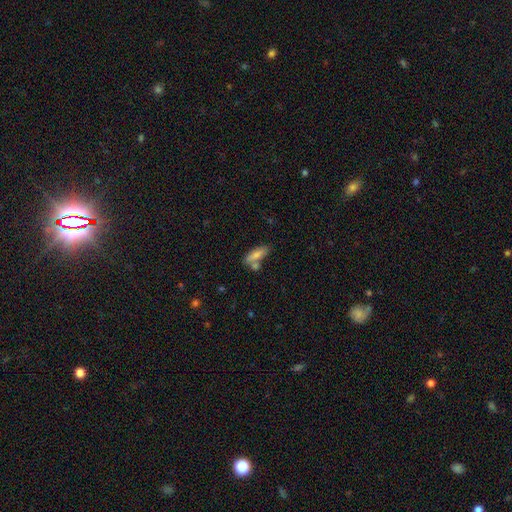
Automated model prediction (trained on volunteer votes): Smooth or featured? Predicted: smooth (p=0.77). How rounded? Predicted: in between (p=0.55). Merging? Predicted: none (p=0.54).